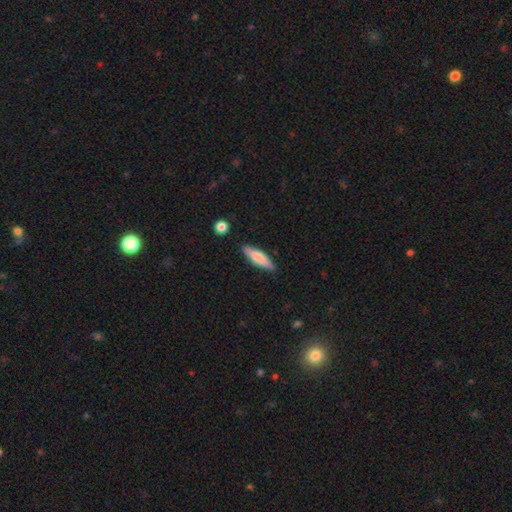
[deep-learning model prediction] Smooth or featured? smooth (70%)
How rounded? cigar-shaped (75%)
Merging? none (88%)